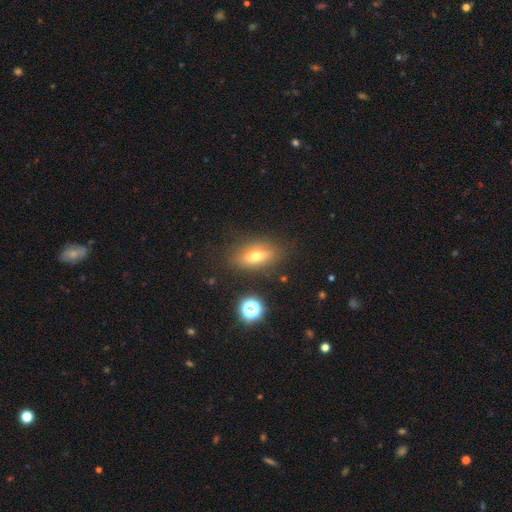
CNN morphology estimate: smooth-or-featured: smooth: 62% | featured or disk: 27% | star or artifact: 11%
  how-rounded: in between: 70% | cigar-shaped: 23% | round: 7%
  merging: none: 82% | minor disturbance: 12% | major disturbance: 4% | merger: 2%